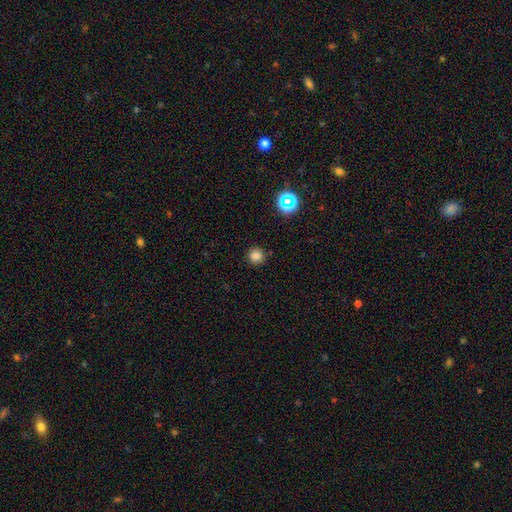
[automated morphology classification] Q: Smooth or featured?
A: smooth (80%); runner-up: star or artifact (15%)
Q: How rounded?
A: round (94%); runner-up: in between (5%)
Q: Merging?
A: none (89%); runner-up: minor disturbance (7%)